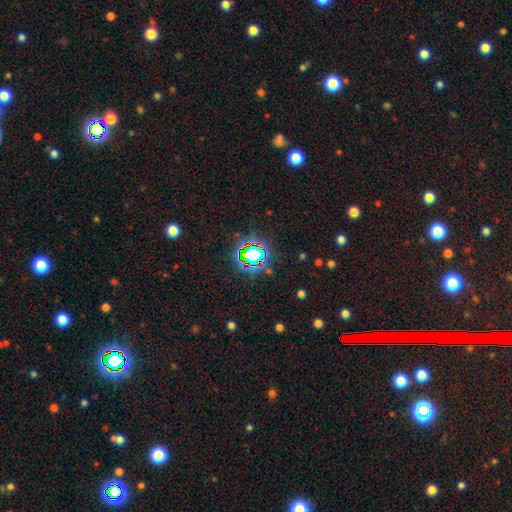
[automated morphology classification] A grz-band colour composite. It shows a star or artifact, not a galaxy (69%).